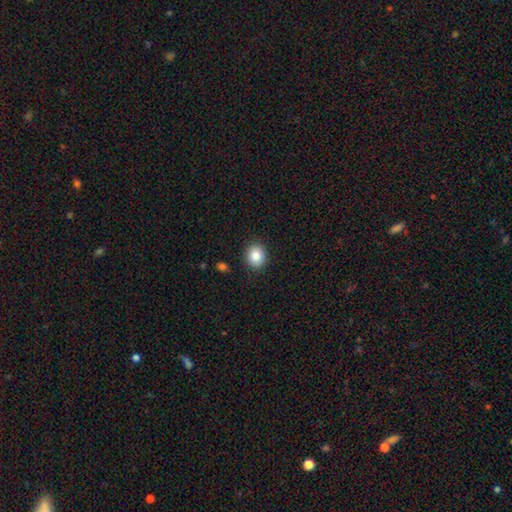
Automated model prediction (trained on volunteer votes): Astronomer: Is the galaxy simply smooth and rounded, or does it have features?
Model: smooth — 86%.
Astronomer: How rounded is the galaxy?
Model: round — 71%.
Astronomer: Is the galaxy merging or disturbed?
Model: none — 89%.